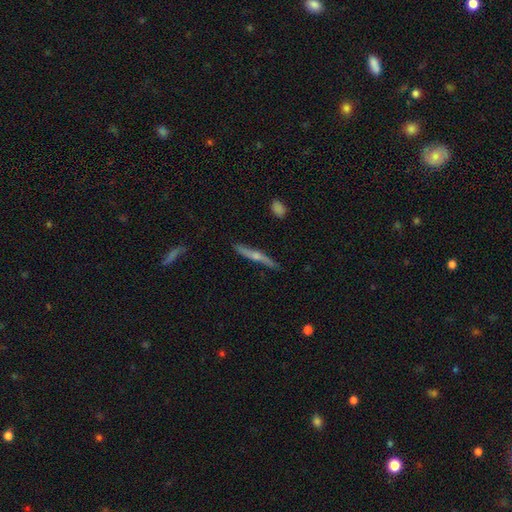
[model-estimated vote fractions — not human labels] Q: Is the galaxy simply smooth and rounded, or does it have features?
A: featured or disk — 71%.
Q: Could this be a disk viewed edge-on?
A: yes — 94%.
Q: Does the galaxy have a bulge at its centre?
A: rounded — 82%.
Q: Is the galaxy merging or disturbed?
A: none — 86%.